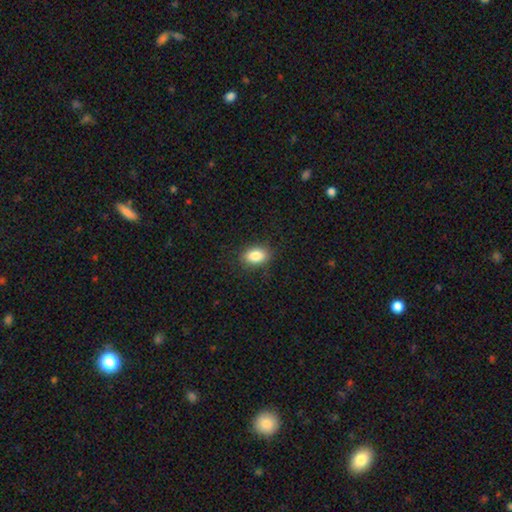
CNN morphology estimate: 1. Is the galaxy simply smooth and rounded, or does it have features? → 86% smooth, 8% star or artifact, 6% featured or disk.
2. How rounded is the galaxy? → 84% in between, 15% round, 2% cigar-shaped.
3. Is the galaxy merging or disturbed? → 86% none, 10% minor disturbance, 3% major disturbance, 1% merger.